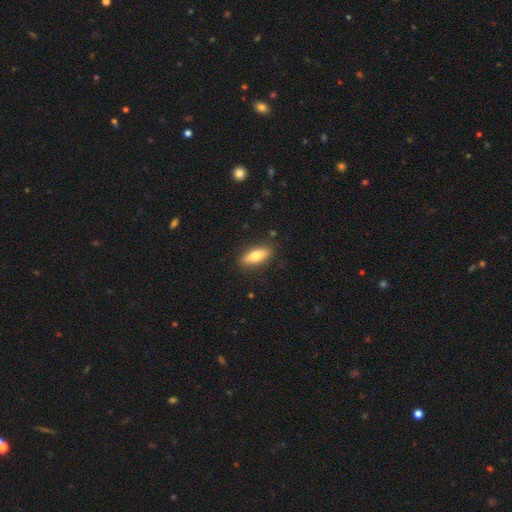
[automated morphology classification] smooth_or_featured: smooth (p=0.77) [alt: featured or disk p=0.17]
how_rounded: in between (p=0.68) [alt: cigar-shaped p=0.30]
merging: none (p=0.86) [alt: minor disturbance p=0.10]